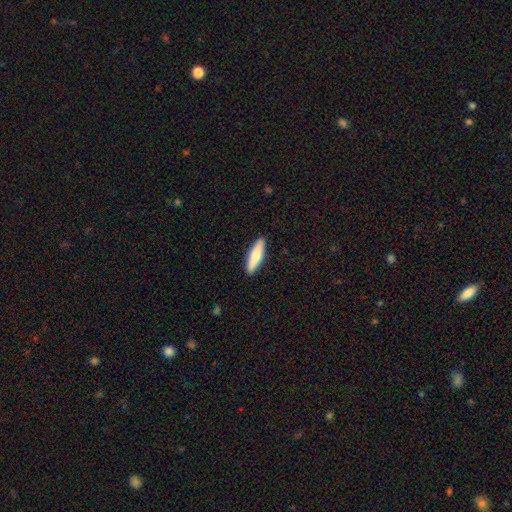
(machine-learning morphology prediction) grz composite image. It shows a smooth galaxy with no disk features (78%) that is cigar-shaped (71%). Merging: none (90%).